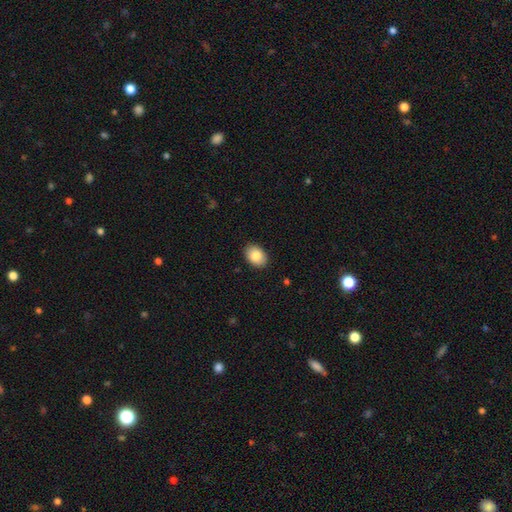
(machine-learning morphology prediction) Smooth or featured? smooth (86%)
How rounded? in between (77%)
Merging? none (89%)